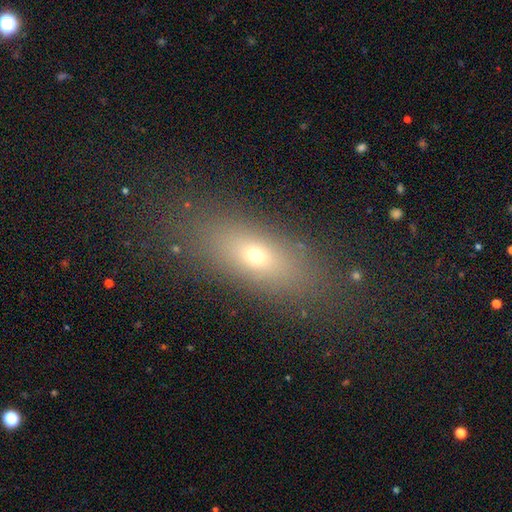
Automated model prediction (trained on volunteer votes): Smooth or featured?
  - smooth: 63% *
  - featured or disk: 19%
  - star or artifact: 17%
How rounded?
  - in between: 65% *
  - cigar-shaped: 26%
  - round: 10%
Merging?
  - none: 79% *
  - minor disturbance: 11%
  - major disturbance: 7%
  - merger: 3%